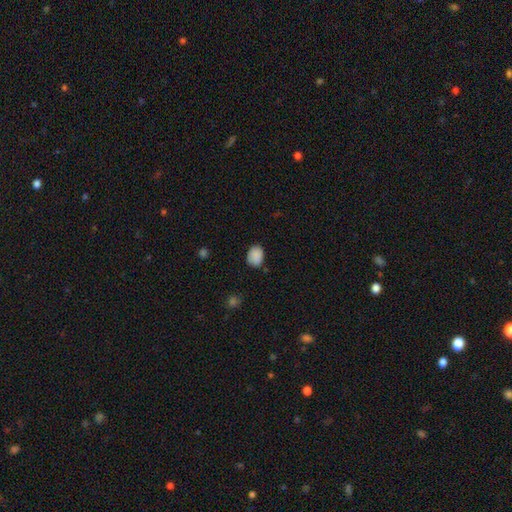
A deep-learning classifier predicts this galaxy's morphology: A smooth galaxy with no disk features (88%) that is in between round and cigar-shaped (65%).

Vote fractions:
- Smooth or featured? smooth: 88% / star or artifact: 8% / featured or disk: 4%
- How rounded? in between: 65% / round: 34% / cigar-shaped: 1%
- Merging? none: 74% / minor disturbance: 20% / major disturbance: 4% / merger: 2%